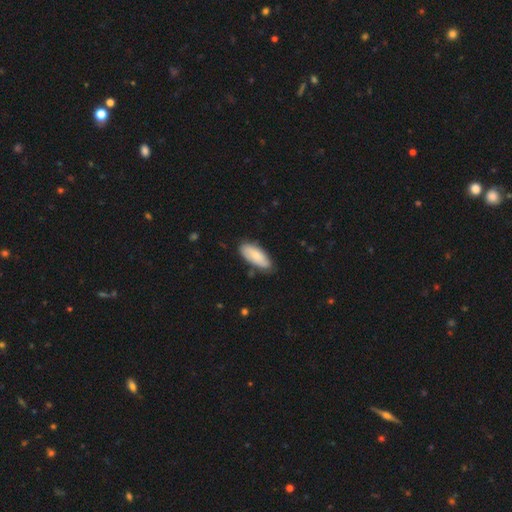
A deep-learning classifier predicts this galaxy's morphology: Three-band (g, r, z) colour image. It shows a smooth galaxy with no disk features (71%) that is in between round and cigar-shaped (83%). Merging: none (75%).